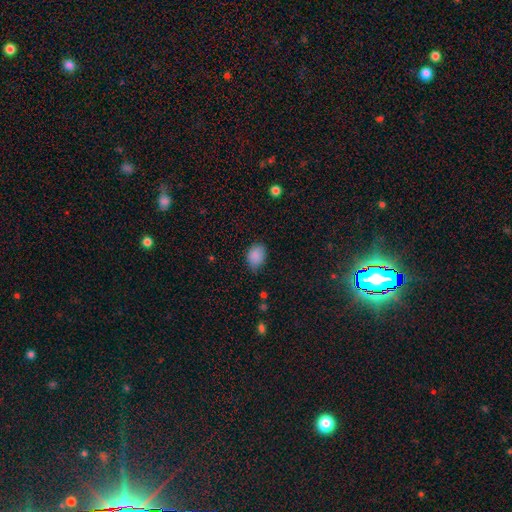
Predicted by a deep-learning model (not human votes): Overall: smooth (88%). How rounded: in between (71%). Merging: none (73%).